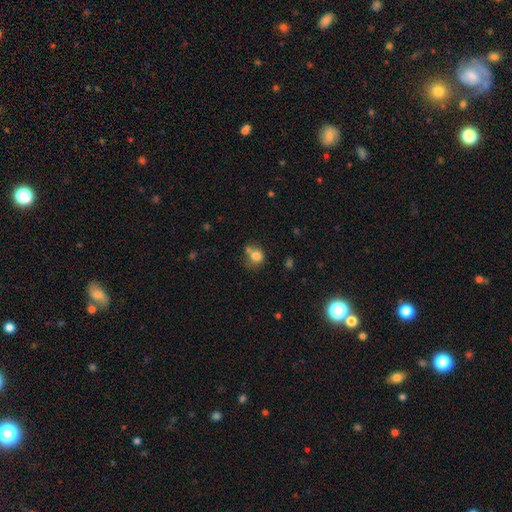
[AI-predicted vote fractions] Overall: smooth (78%). How rounded: round (65%; in between 34%). Merging: none (45%; merger 27%).